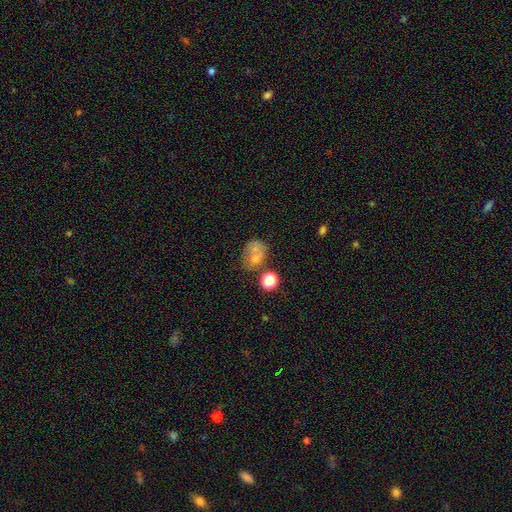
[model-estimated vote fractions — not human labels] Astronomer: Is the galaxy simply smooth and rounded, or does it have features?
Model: smooth — 65%.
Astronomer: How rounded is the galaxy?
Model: round — 51% (runner-up: in between, 48%).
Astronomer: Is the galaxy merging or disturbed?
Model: none — 42% (runner-up: merger, 27%).